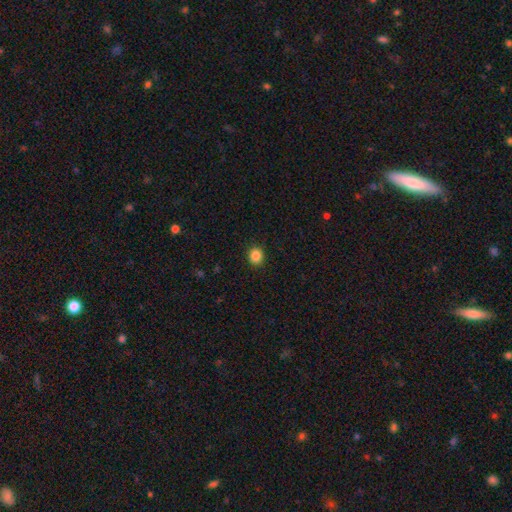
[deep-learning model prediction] smooth_or_featured: smooth (p=0.87) [alt: star or artifact p=0.10]
how_rounded: round (p=0.77) [alt: in between p=0.22]
merging: none (p=0.91) [alt: minor disturbance p=0.06]